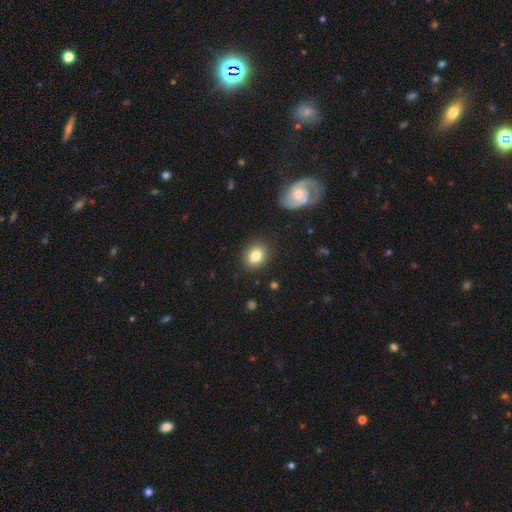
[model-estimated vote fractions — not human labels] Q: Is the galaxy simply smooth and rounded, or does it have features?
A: smooth — 83%.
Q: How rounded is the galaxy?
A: round — 55%.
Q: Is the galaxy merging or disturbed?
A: none — 86%.